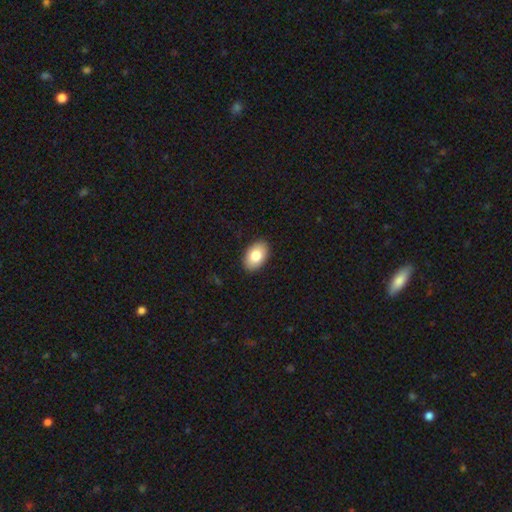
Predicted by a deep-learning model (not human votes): The model was most divided on "smooth or featured": smooth: 81%, featured or disk: 12%, star or artifact: 7%. More confident: how rounded — in between (91%); merging — none (90%).